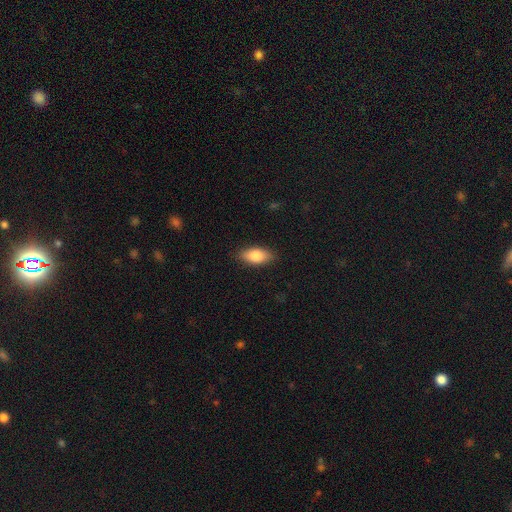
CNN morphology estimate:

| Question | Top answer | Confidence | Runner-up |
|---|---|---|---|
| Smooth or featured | smooth | 82% | featured or disk (11%) |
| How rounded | in between | 88% | cigar-shaped (8%) |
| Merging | none | 86% | minor disturbance (11%) |